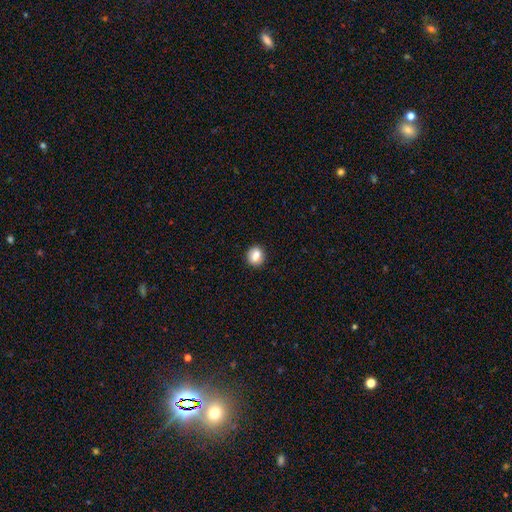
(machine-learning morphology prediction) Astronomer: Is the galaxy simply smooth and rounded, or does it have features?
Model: smooth — 81%.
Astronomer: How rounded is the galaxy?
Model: round — 67%.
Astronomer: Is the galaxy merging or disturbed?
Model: none — 88%.